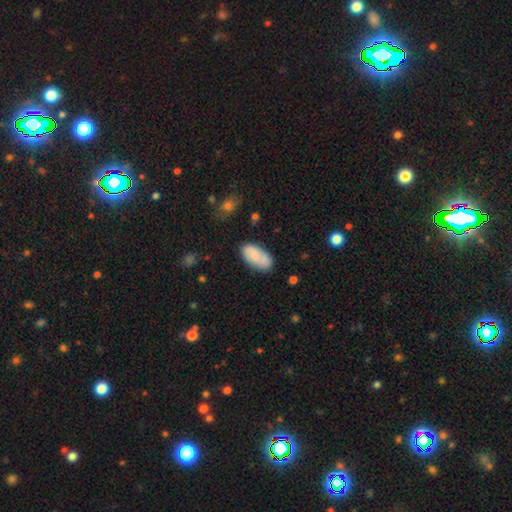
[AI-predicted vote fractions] Q: Smooth or featured?
A: smooth (62%); runner-up: featured or disk (31%)
Q: How rounded?
A: in between (93%); runner-up: cigar-shaped (3%)
Q: Merging?
A: none (71%); runner-up: minor disturbance (18%)